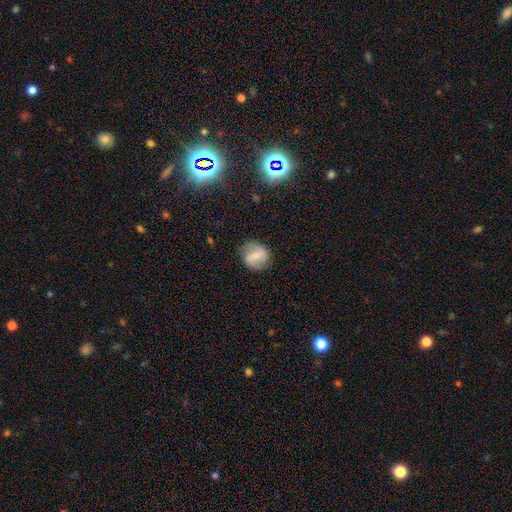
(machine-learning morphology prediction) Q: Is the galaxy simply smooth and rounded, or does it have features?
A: featured or disk — 47%.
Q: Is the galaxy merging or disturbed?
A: none — 79%.